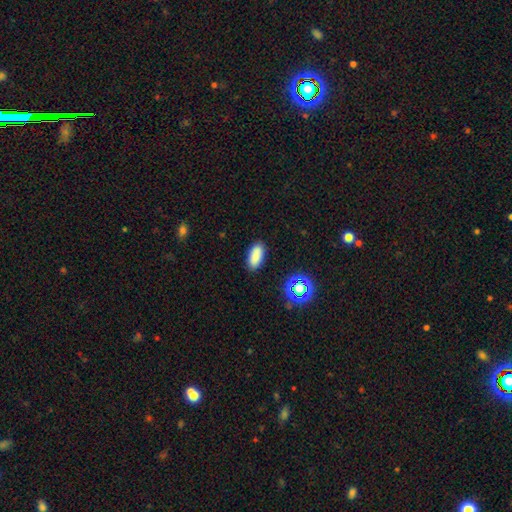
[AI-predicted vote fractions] This appears to be a smooth galaxy with no disk features (84%) that is in between round and cigar-shaped (90%). Merging: none (87%).